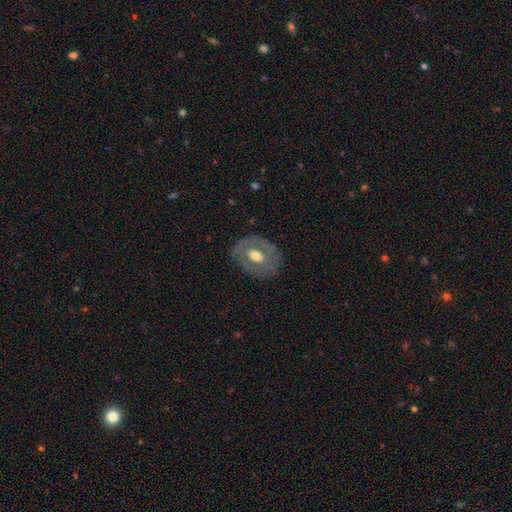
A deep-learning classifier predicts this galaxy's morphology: A featured or disk galaxy (55%) with no bar (65%), no spiral arms (79%) and a moderate central bulge (66%). Merging: none (74%).